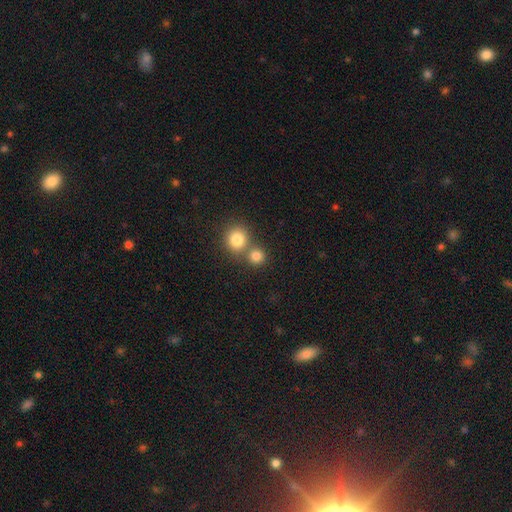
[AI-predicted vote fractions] Smooth or featured?
  - smooth: 81% *
  - star or artifact: 13%
  - featured or disk: 7%
How rounded?
  - round: 85% *
  - in between: 14%
  - cigar-shaped: 1%
Merging?
  - none: 56% *
  - merger: 36%
  - minor disturbance: 6%
  - major disturbance: 2%